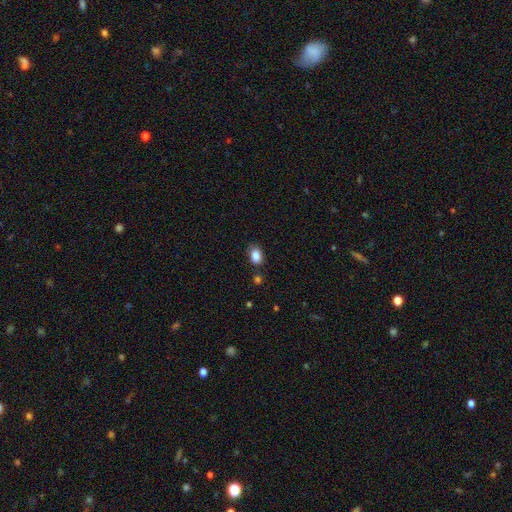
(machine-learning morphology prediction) smooth_or_featured: smooth (p=0.86) [alt: star or artifact p=0.09]
how_rounded: in between (p=0.83) [alt: round p=0.16]
merging: none (p=0.78) [alt: minor disturbance p=0.15]